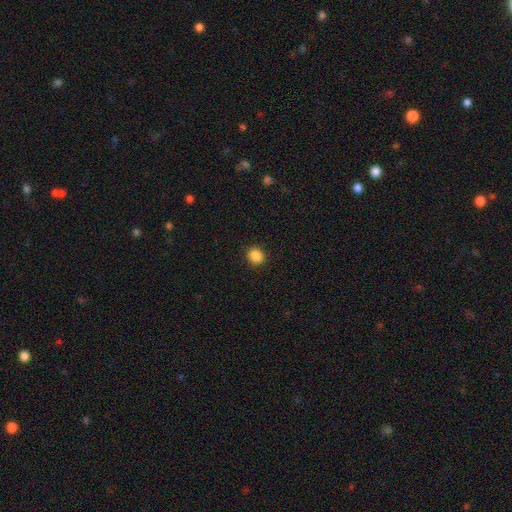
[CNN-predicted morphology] Smooth or featured? smooth (88%)
How rounded? round (80%)
Merging? none (91%)